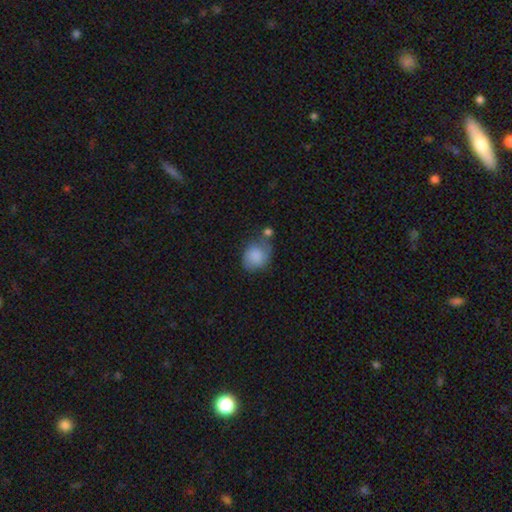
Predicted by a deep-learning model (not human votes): A smooth galaxy with no disk features (79%) that is round (54%).

Vote fractions:
- Smooth or featured? smooth: 79% / featured or disk: 13% / star or artifact: 8%
- How rounded? round: 54% / in between: 45% / cigar-shaped: 1%
- Merging? none: 43% / minor disturbance: 28% / merger: 17% / major disturbance: 13%